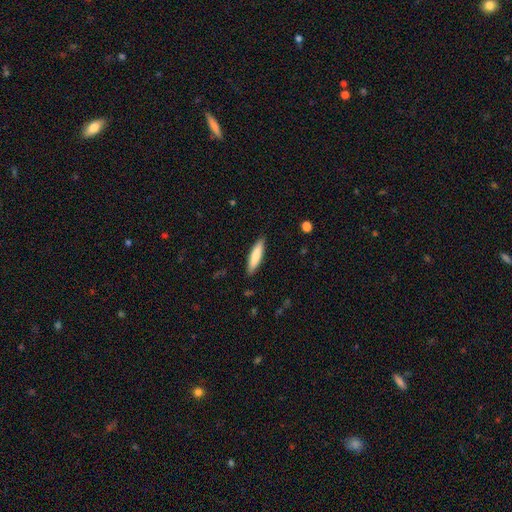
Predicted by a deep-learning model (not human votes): Overall: smooth (79%). How rounded: cigar-shaped (78%). Merging: none (89%).